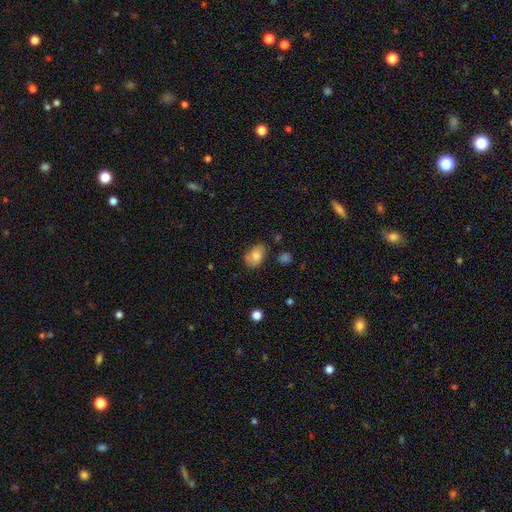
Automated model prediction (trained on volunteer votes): Overall: smooth (79%). How rounded: in between (80%). Merging: none (64%; minor disturbance 26%).